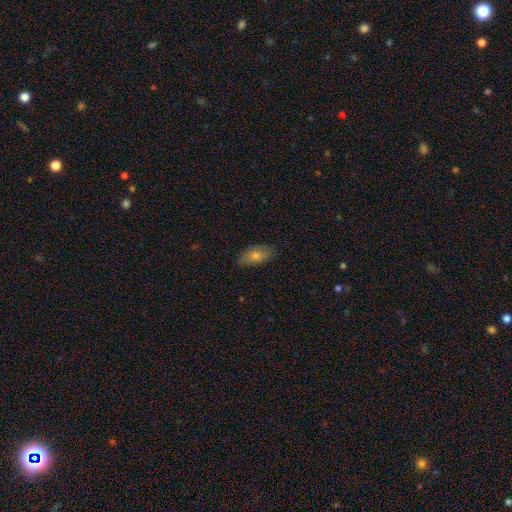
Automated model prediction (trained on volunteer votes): This appears to be a smooth galaxy with no disk features (71%) that is in between round and cigar-shaped (87%). Merging: none (81%).